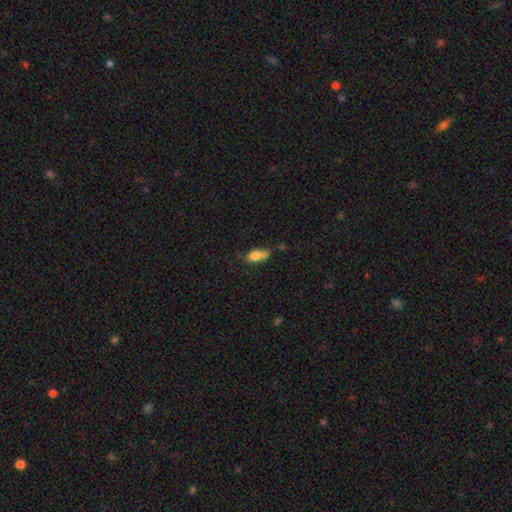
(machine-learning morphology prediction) Smooth or featured?
  - smooth: 75% *
  - featured or disk: 16%
  - star or artifact: 9%
How rounded?
  - in between: 76% *
  - cigar-shaped: 19%
  - round: 5%
Merging?
  - none: 41% *
  - minor disturbance: 31%
  - major disturbance: 14%
  - merger: 14%